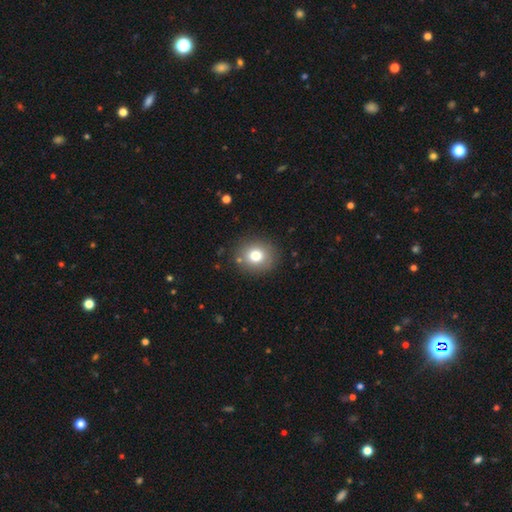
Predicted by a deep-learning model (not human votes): The model was most divided on "how rounded": round: 76%, in between: 23%, cigar-shaped: 1%. More confident: merging — none (86%); smooth or featured — smooth (78%).